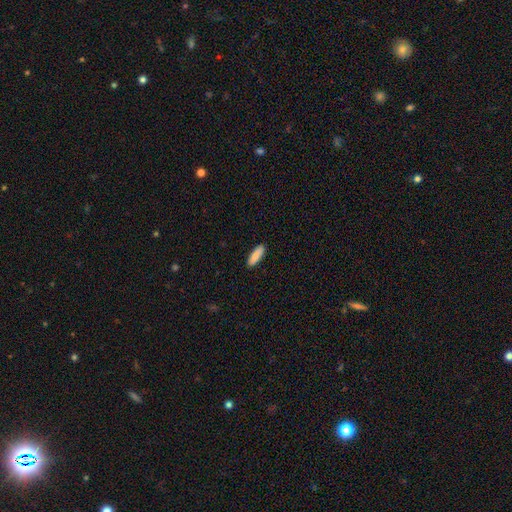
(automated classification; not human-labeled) A smooth galaxy with no disk features (87%) that is cigar-shaped (50%). Merging: none (90%).